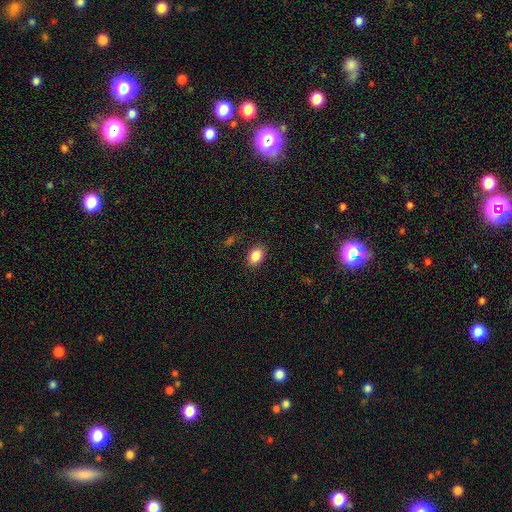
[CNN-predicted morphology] Smooth or featured?
  - smooth: 86% *
  - star or artifact: 9%
  - featured or disk: 5%
How rounded?
  - in between: 79% *
  - round: 20%
  - cigar-shaped: 1%
Merging?
  - none: 87% *
  - minor disturbance: 9%
  - major disturbance: 3%
  - merger: 1%